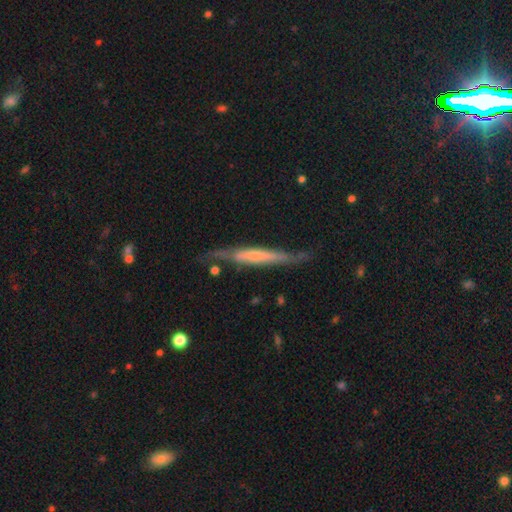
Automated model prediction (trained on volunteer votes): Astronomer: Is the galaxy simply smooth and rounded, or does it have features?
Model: featured or disk — 63%.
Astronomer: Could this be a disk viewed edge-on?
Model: yes — 85%.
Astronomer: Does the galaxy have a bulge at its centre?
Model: none — 55%.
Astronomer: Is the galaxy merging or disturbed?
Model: none — 66%.